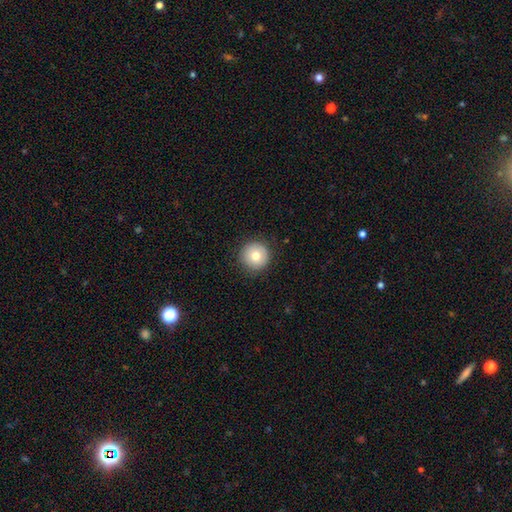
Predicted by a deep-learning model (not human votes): A smooth galaxy with no disk features (78%) that is round (96%). Merging: none (90%).